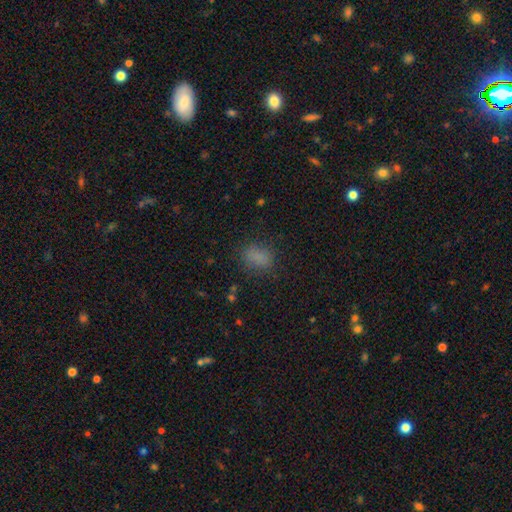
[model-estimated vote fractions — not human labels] smooth 80%, star or artifact 14%, featured or disk 6%. Down the decision tree: how rounded — in between (72%); merging — none (79%).